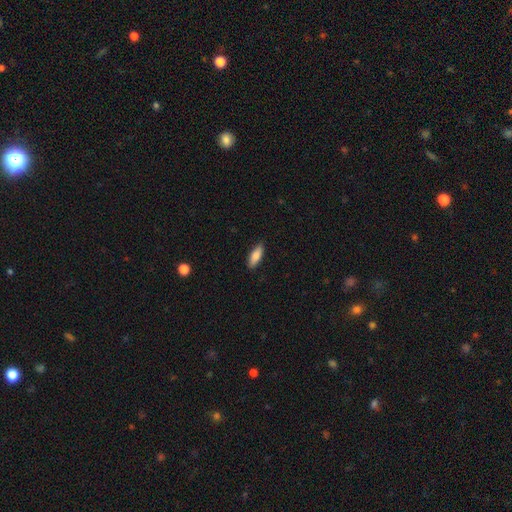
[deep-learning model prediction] This is clearly a smooth galaxy (81%). How rounded: likely in between (67%). Merging: clearly none (88%).